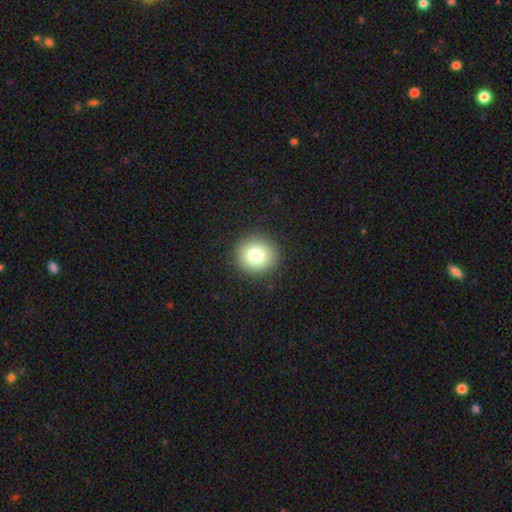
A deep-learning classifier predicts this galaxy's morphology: A smooth galaxy with no disk features (79%) that is round (90%). Merging: none (91%).